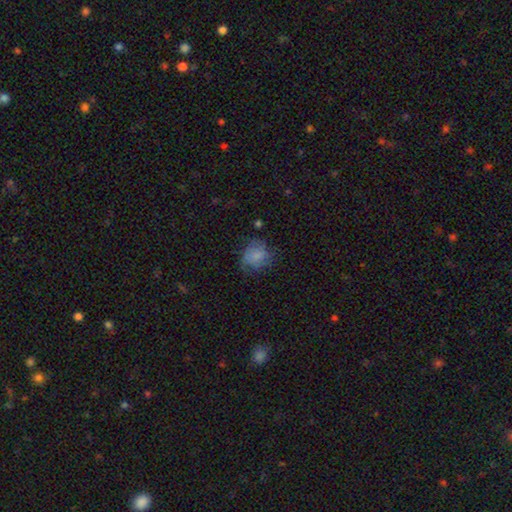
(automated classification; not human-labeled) smooth-or-featured: smooth: 65% | featured or disk: 25% | star or artifact: 10%
  how-rounded: round: 61% | in between: 38% | cigar-shaped: 1%
  merging: none: 52% | minor disturbance: 28% | major disturbance: 19% | merger: 2%